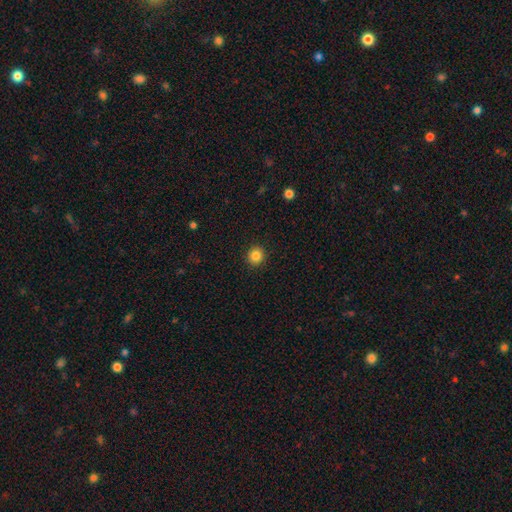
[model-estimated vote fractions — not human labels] smooth-or-featured: smooth: 85% | star or artifact: 11% | featured or disk: 4%
  how-rounded: round: 91% | in between: 8% | cigar-shaped: 1%
  merging: none: 92% | minor disturbance: 5% | major disturbance: 2% | merger: 1%